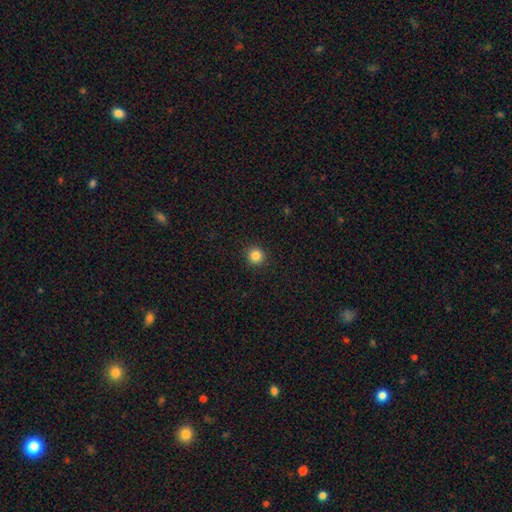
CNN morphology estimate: Smooth or featured? Predicted: smooth (p=0.85). How rounded? Predicted: round (p=0.94). Merging? Predicted: none (p=0.93).